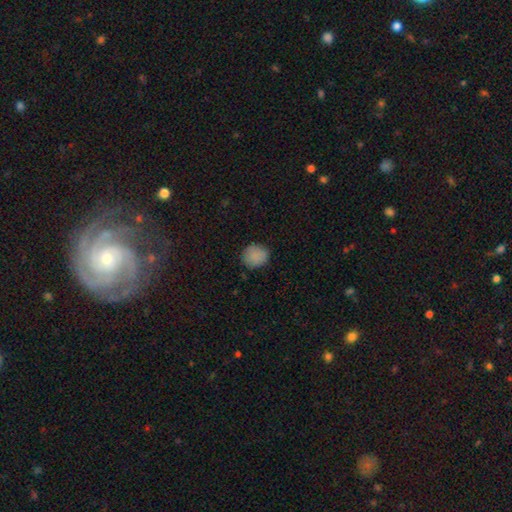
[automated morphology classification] Smooth or featured?
  - smooth: 87% *
  - star or artifact: 9%
  - featured or disk: 4%
How rounded?
  - round: 83% *
  - in between: 16%
  - cigar-shaped: 1%
Merging?
  - none: 84% *
  - minor disturbance: 13%
  - major disturbance: 3%
  - merger: 1%